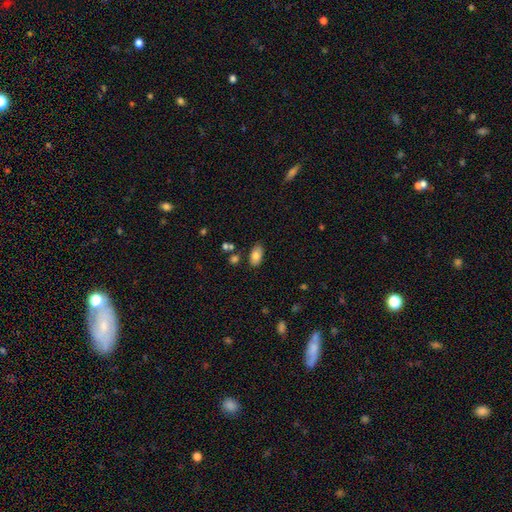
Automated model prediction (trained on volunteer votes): Smooth or featured? smooth (79%)
How rounded? in between (94%)
Merging? none (82%)